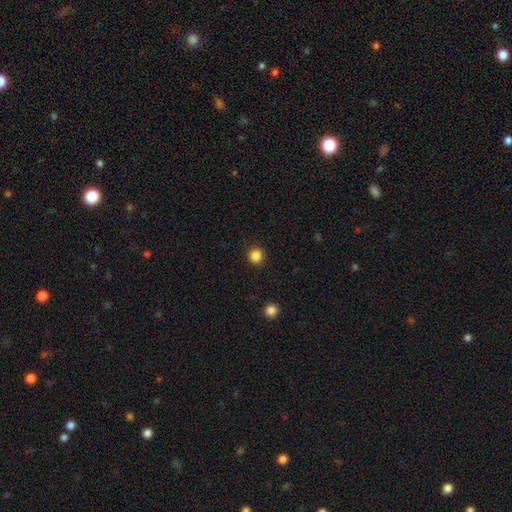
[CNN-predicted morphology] smooth-or-featured: smooth: 85% | star or artifact: 12% | featured or disk: 3%
  how-rounded: round: 91% | in between: 8% | cigar-shaped: 1%
  merging: none: 91% | minor disturbance: 6% | major disturbance: 2% | merger: 1%